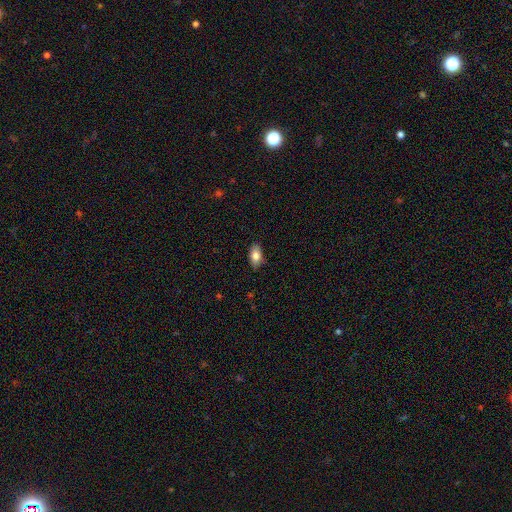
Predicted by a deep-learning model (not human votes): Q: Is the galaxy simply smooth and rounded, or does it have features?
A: smooth — 81%.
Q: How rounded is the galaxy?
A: in between — 91%.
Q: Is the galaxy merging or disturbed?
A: none — 83%.